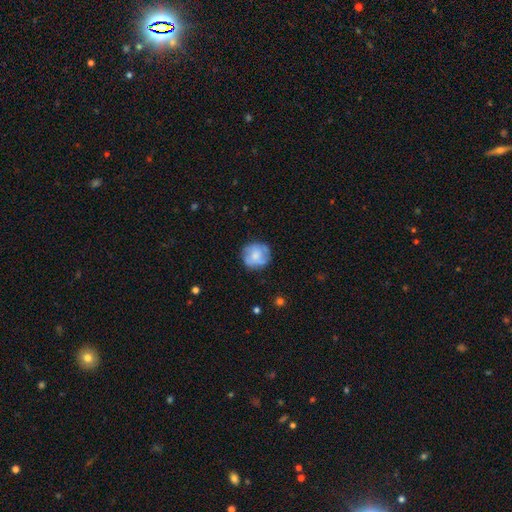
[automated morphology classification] A smooth galaxy with no disk features (53%) that is round (86%).

Vote fractions:
- Smooth or featured? smooth: 53% / featured or disk: 39% / star or artifact: 8%
- How rounded? round: 86% / in between: 13% / cigar-shaped: 1%
- Merging? none: 74% / minor disturbance: 18% / major disturbance: 6% / merger: 1%